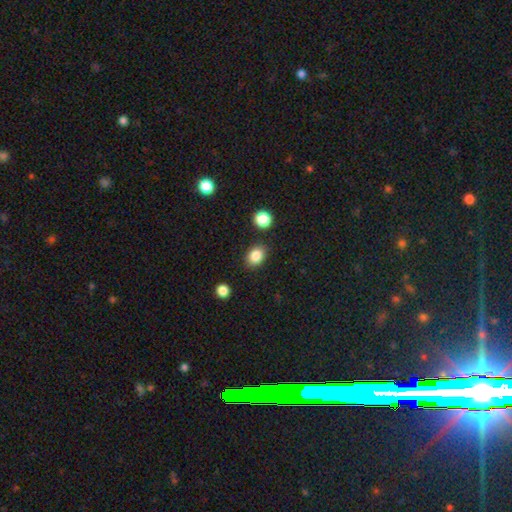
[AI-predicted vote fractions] Smooth or featured?
  - smooth: 86% *
  - star or artifact: 10%
  - featured or disk: 5%
How rounded?
  - in between: 58% *
  - round: 41%
  - cigar-shaped: 1%
Merging?
  - none: 84% *
  - minor disturbance: 10%
  - merger: 4%
  - major disturbance: 3%